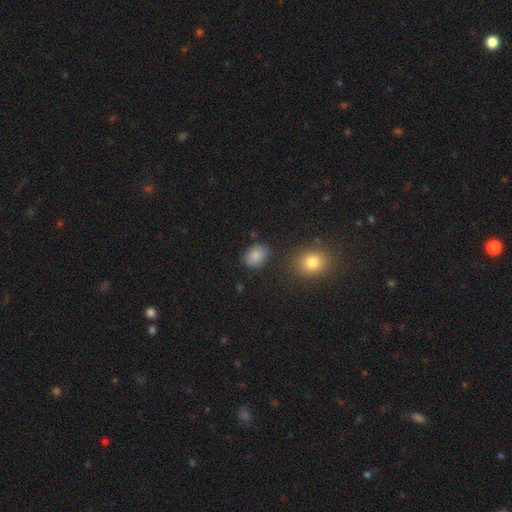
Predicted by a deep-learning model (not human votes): Smooth or featured? smooth (84%)
How rounded? in between (70%)
Merging? none (78%)